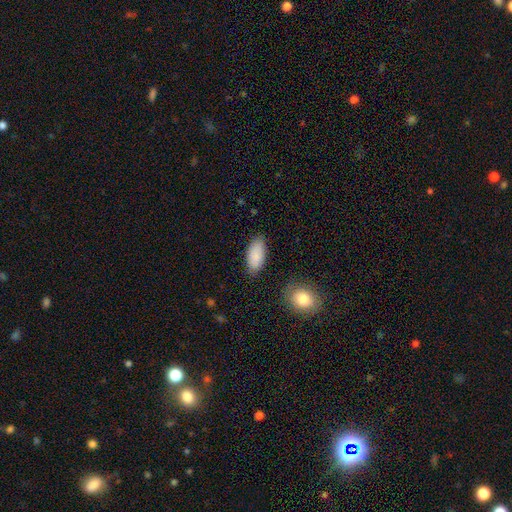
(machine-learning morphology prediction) Smooth or featured? Predicted: smooth (p=0.87). How rounded? Predicted: in between (p=0.93). Merging? Predicted: none (p=0.80).